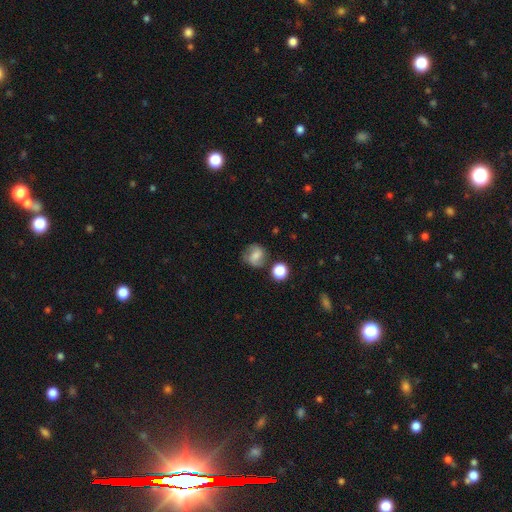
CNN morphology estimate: smooth 55%, featured or disk 34%, star or artifact 11%. Down the decision tree: how rounded — round (78%); merging — none (70%).